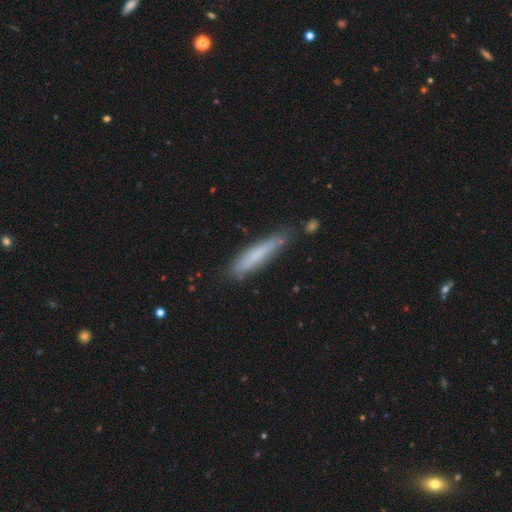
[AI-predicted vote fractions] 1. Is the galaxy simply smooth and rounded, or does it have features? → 67% smooth, 26% featured or disk, 7% star or artifact.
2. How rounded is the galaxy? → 90% cigar-shaped, 9% in between, 1% round.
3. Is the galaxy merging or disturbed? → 70% none, 21% minor disturbance, 4% merger, 4% major disturbance.